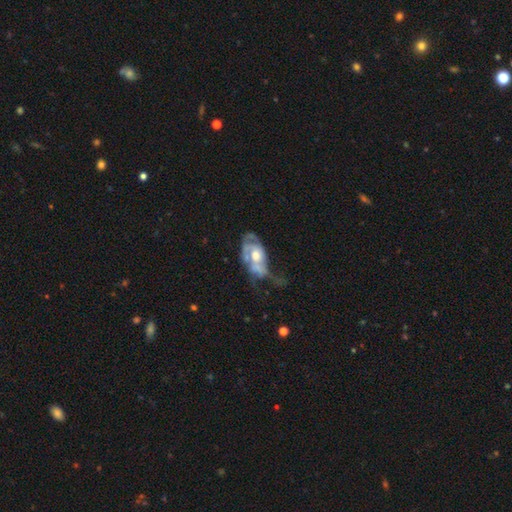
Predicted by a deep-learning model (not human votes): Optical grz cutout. It shows a featured or disk galaxy (68%) with no bar (77%), spiral arms (55%) and a moderate central bulge (61%). Merging: major disturbance (44%).